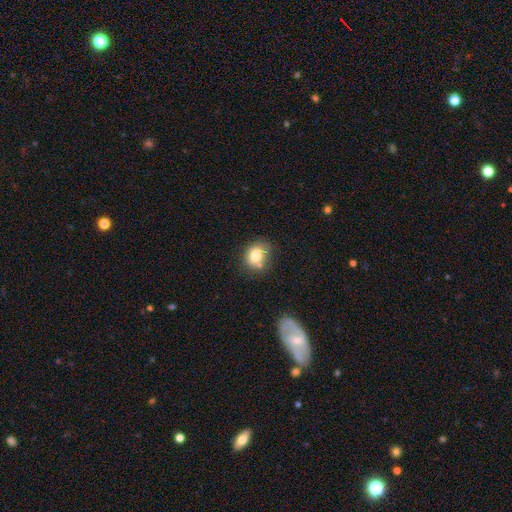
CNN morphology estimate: type=smooth (79%); roundness=round (53%); merging=none (63%).